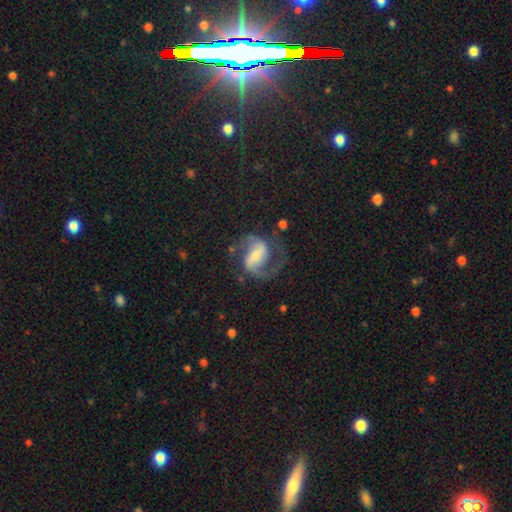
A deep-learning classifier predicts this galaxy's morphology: Smooth or featured?
  - featured or disk: 85% *
  - smooth: 9%
  - star or artifact: 6%
Edge-on disk?
  - no: 98% *
  - yes: 2%
Bar?
  - weak: 43% *
  - strong: 40%
  - no: 18%
Spiral arms?
  - yes: 95% *
  - no: 5%
Spiral winding?
  - medium: 54% *
  - loose: 33%
  - tight: 13%
Spiral arm count?
  - 2: 86% *
  - 1: 7%
  - can't tell: 3%
  - 3: 2%
  - 4: 1%
  - more than 4: 1%
Bulge size?
  - moderate: 44% * (tied)
  - small: 44% * (tied)
  - large: 7%
  - none: 4%
  - dominant: 1%
Merging?
  - none: 61% *
  - major disturbance: 20%
  - minor disturbance: 17%
  - merger: 2%